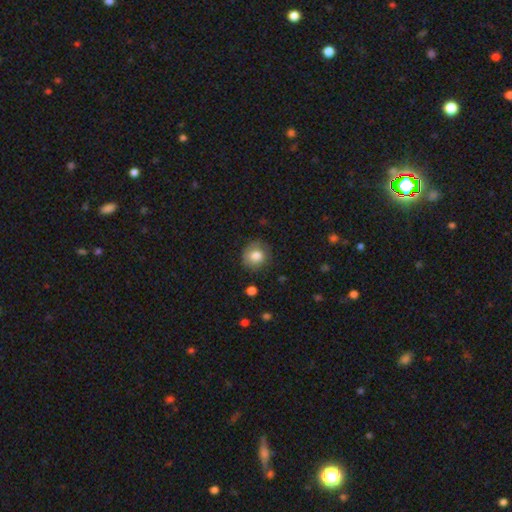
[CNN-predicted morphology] type=smooth (80%); roundness=round (87%); merging=none (76%).